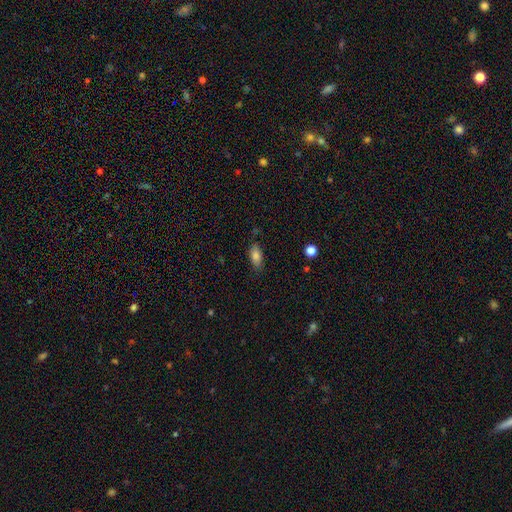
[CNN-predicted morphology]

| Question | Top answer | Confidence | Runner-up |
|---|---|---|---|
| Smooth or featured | smooth | 82% | featured or disk (10%) |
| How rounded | in between | 85% | cigar-shaped (11%) |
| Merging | none | 80% | minor disturbance (15%) |